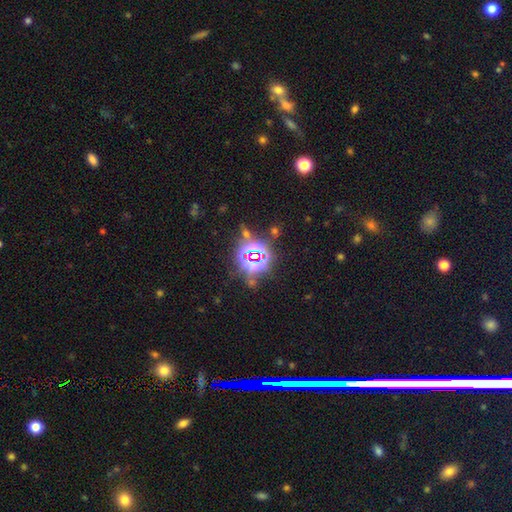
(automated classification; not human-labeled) Q: Smooth or featured?
A: star or artifact (79%); runner-up: smooth (13%)